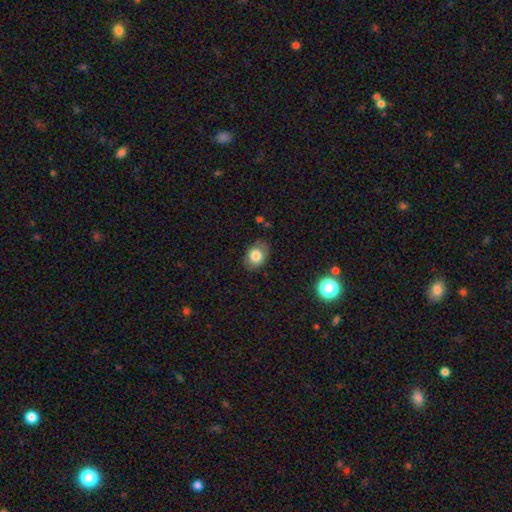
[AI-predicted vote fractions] smooth_or_featured: smooth (p=0.79) [alt: featured or disk p=0.12]
how_rounded: in between (p=0.61) [alt: round p=0.38]
merging: none (p=0.76) [alt: minor disturbance p=0.18]